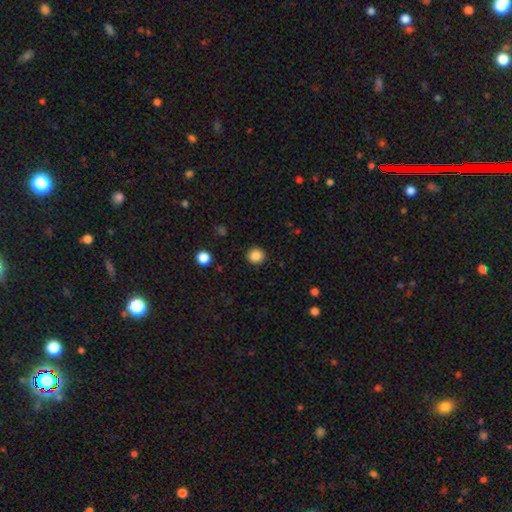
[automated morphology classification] smooth 86%, star or artifact 11%, featured or disk 3%. Down the decision tree: how rounded — round (90%); merging — none (91%).